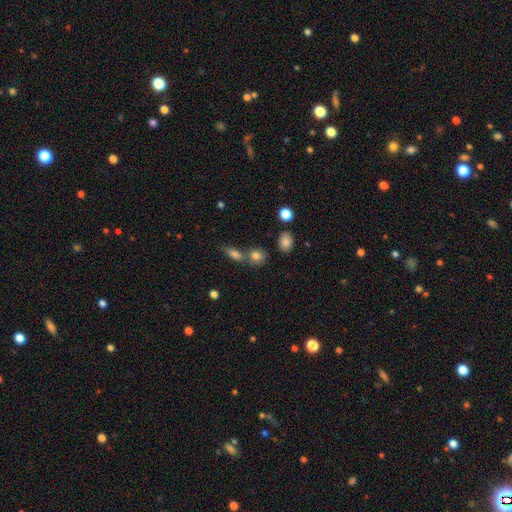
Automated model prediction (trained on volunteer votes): Smooth or featured: smooth — 81% (star or artifact — 11%)
How rounded: round — 60% (in between — 37%)
Merging: none — 53% (merger — 33%)